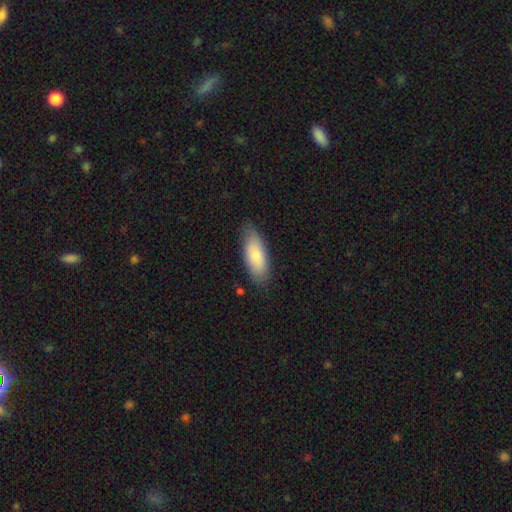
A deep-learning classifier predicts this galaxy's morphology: This is likely a smooth galaxy (80%). How rounded: likely in between (77%). Merging: clearly none (80%).